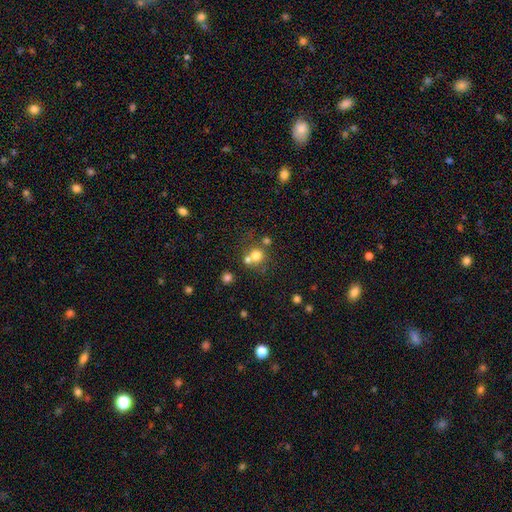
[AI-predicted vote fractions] smooth_or_featured: smooth (p=0.72) [alt: star or artifact p=0.16]
how_rounded: round (p=0.87) [alt: in between p=0.12]
merging: none (p=0.53) [alt: merger p=0.35]